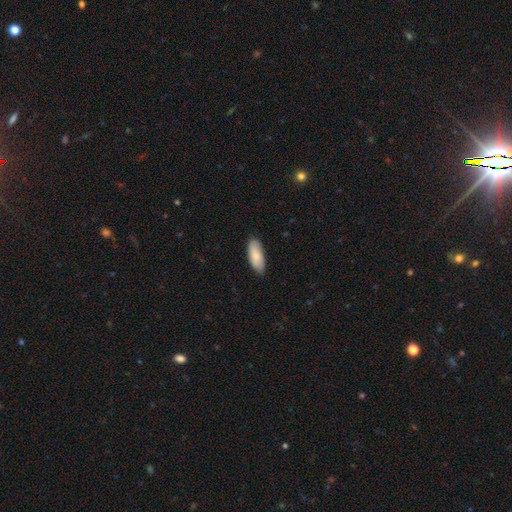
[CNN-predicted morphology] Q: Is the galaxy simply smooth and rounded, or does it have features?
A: smooth — 84%.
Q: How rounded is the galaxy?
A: in between — 78%.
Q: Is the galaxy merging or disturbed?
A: none — 83%.